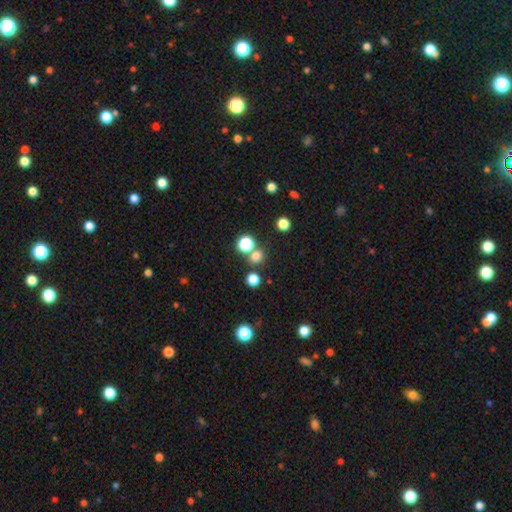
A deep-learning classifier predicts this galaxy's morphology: Smooth or featured? smooth (71%)
How rounded? round (84%)
Merging? none (72%)